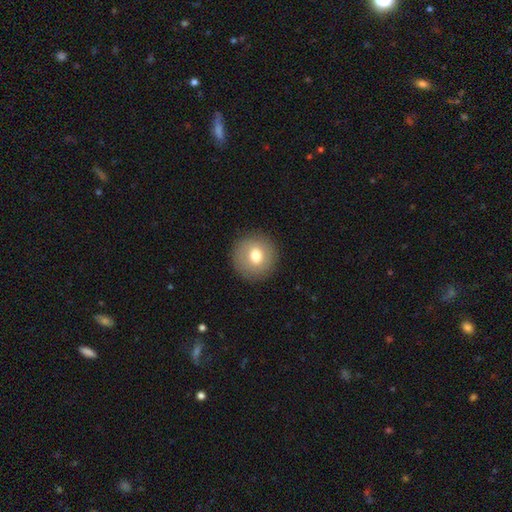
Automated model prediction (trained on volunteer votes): This is likely a smooth galaxy (73%). How rounded: clearly round (93%). Merging: clearly none (90%).